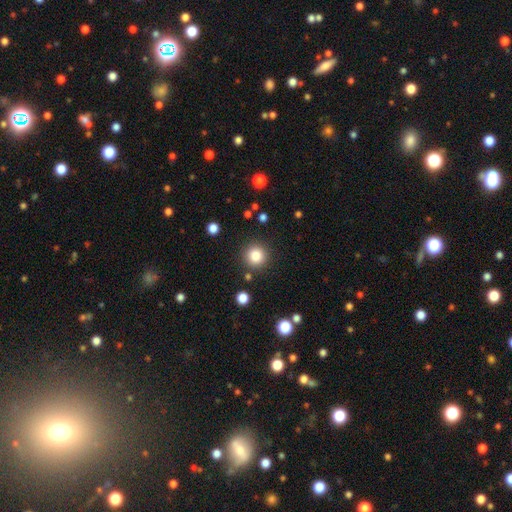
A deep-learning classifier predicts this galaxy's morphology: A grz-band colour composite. It shows a smooth galaxy with no disk features (83%) that is round (95%). Merging: none (88%).